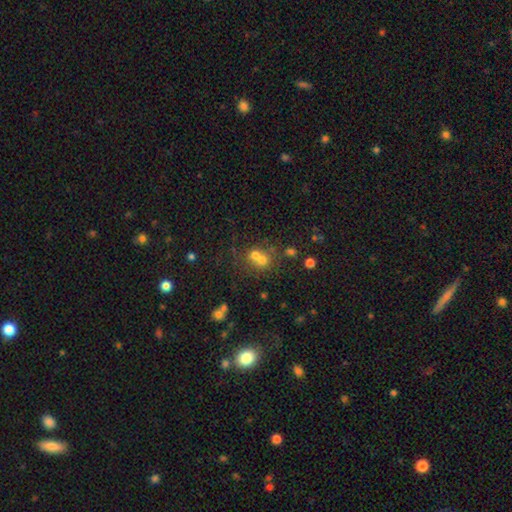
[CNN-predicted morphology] smooth 61%, star or artifact 20%, featured or disk 19%. Down the decision tree: how rounded — round (78%); merging — merger (56%).